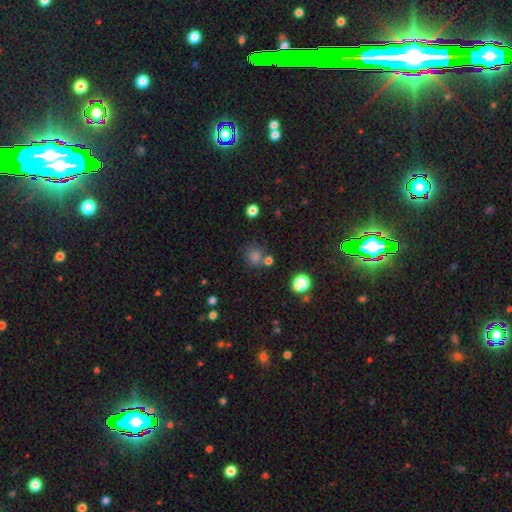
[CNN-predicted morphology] A smooth galaxy with no disk features (64%) that is round (85%).

Vote fractions:
- Smooth or featured? smooth: 64% / star or artifact: 29% / featured or disk: 7%
- How rounded? round: 85% / in between: 14% / cigar-shaped: 1%
- Merging? none: 73% / merger: 13% / minor disturbance: 10% / major disturbance: 4%